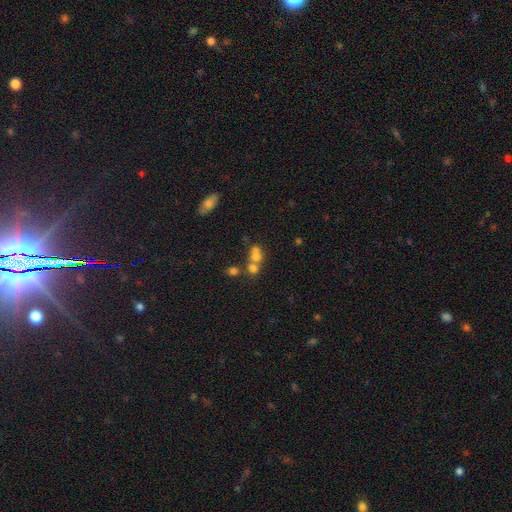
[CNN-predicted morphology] Smooth or featured: smooth — 64% (featured or disk — 20%)
How rounded: round — 69% (in between — 29%)
Merging: merger — 57% (none — 32%)